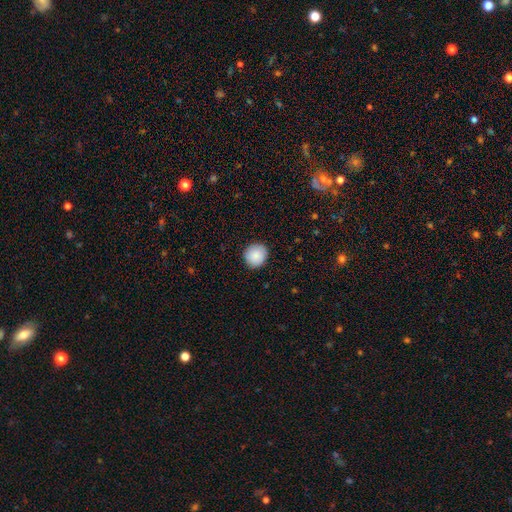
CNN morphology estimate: type=smooth (88%); roundness=round (90%); merging=none (90%).